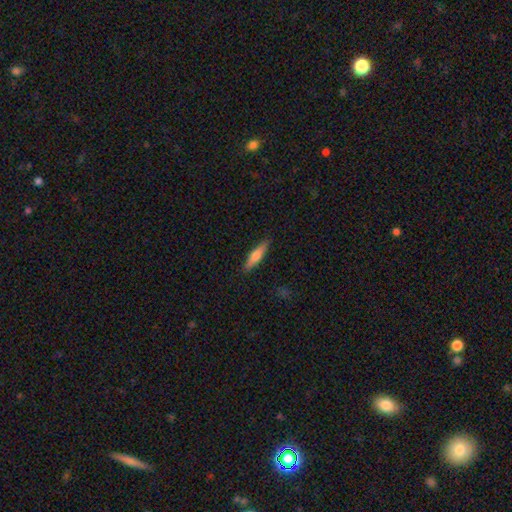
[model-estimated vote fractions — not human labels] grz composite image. It shows a smooth galaxy with no disk features (62%) that is cigar-shaped (77%). Merging: none (89%).